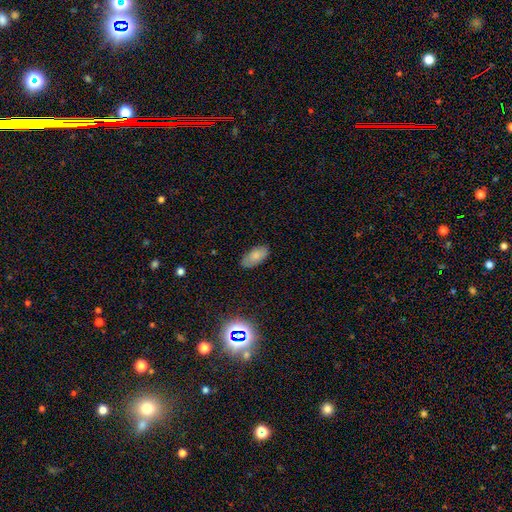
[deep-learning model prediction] This is likely a smooth galaxy (80%). How rounded: clearly in between (93%). Merging: clearly none (83%).